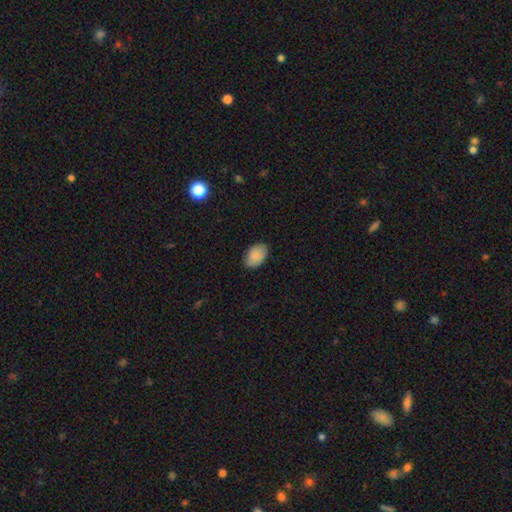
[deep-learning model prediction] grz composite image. It shows a smooth galaxy with no disk features (87%) that is in between round and cigar-shaped (89%). Merging: none (83%).